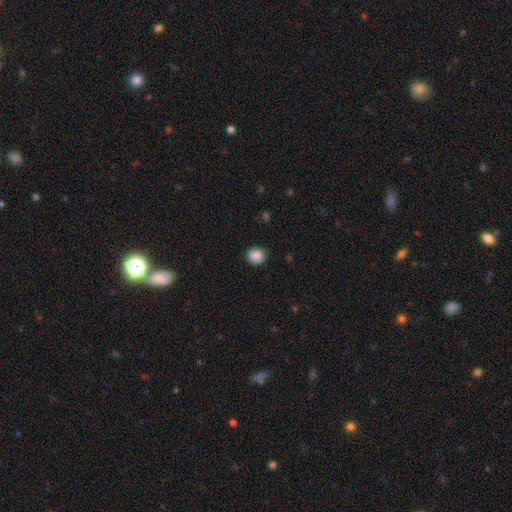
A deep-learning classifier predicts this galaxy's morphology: Overall: smooth (88%). How rounded: round (79%). Merging: none (82%).